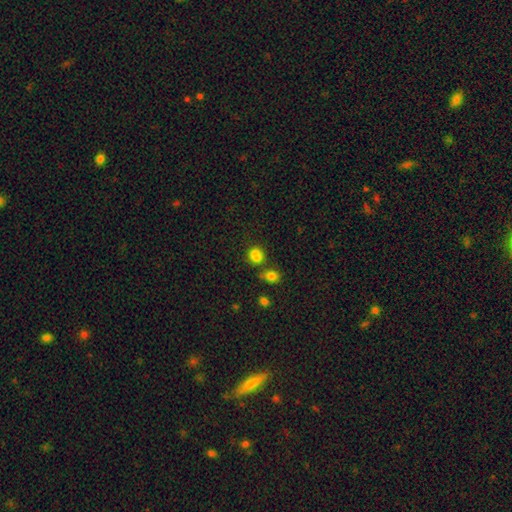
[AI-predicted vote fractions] Morphology: type=smooth (79%); roundness=round (70%); merging=none (56%).